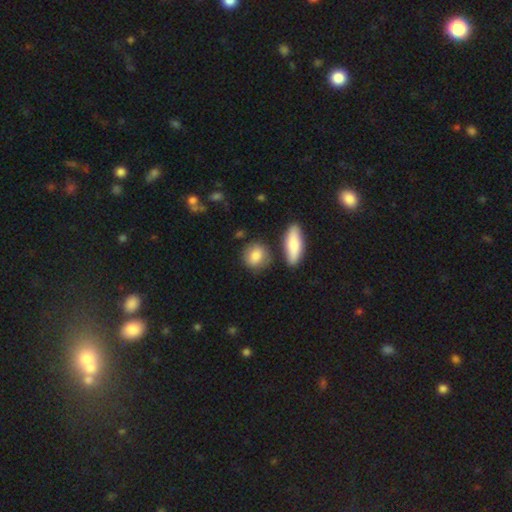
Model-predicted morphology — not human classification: A smooth galaxy with no disk features (81%) that is round (61%). Merging: none (71%).